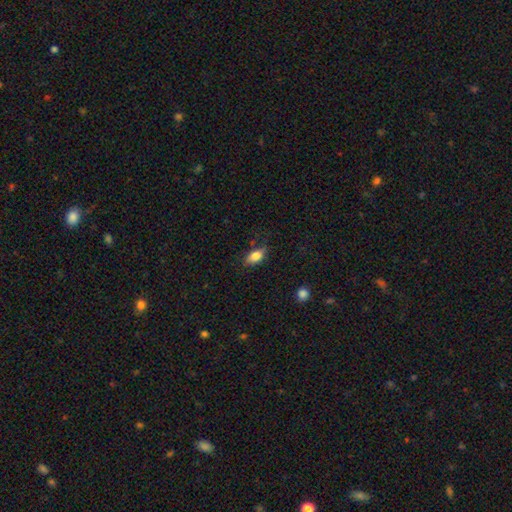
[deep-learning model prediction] smooth-or-featured: smooth: 82% | featured or disk: 10% | star or artifact: 8%
  how-rounded: in between: 87% | cigar-shaped: 7% | round: 6%
  merging: none: 70% | minor disturbance: 22% | major disturbance: 6% | merger: 2%